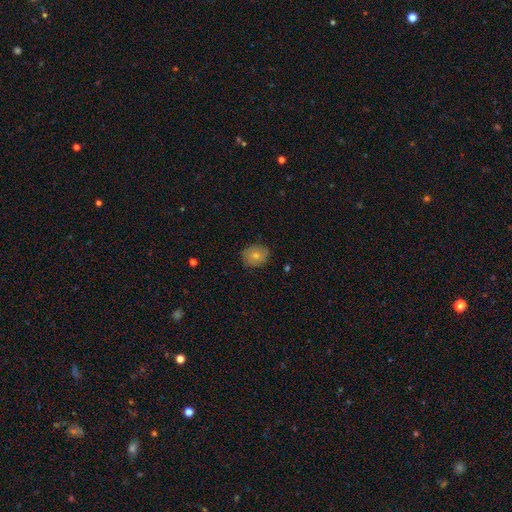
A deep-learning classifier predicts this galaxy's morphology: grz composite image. It shows a smooth galaxy with no disk features (73%) that is round (61%). Merging: none (83%).